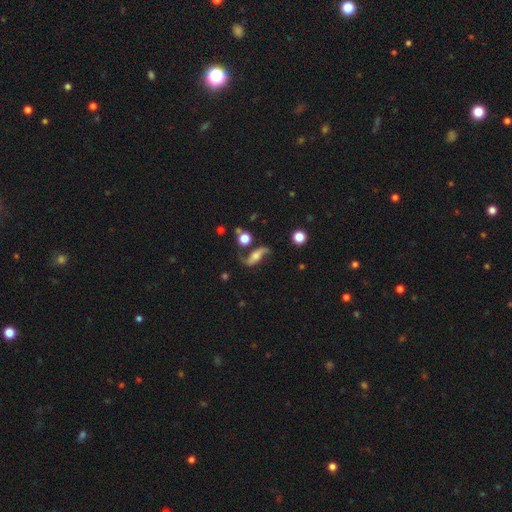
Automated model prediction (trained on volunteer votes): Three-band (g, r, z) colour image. It shows a featured or disk galaxy (82%) with no bar (55%), 2 (93%) loose (86%) spiral arms (96%) and a moderate central bulge (40%). Merging: none (71%).